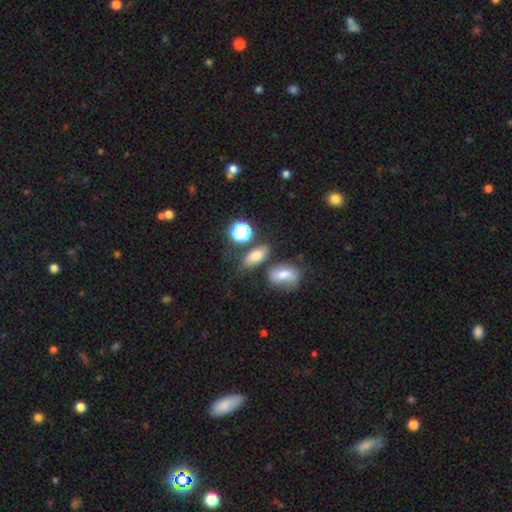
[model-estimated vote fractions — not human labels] Smooth or featured?
  - smooth: 71% *
  - star or artifact: 18%
  - featured or disk: 11%
How rounded?
  - in between: 74% *
  - round: 19%
  - cigar-shaped: 7%
Merging?
  - none: 66% *
  - minor disturbance: 16%
  - merger: 12%
  - major disturbance: 6%